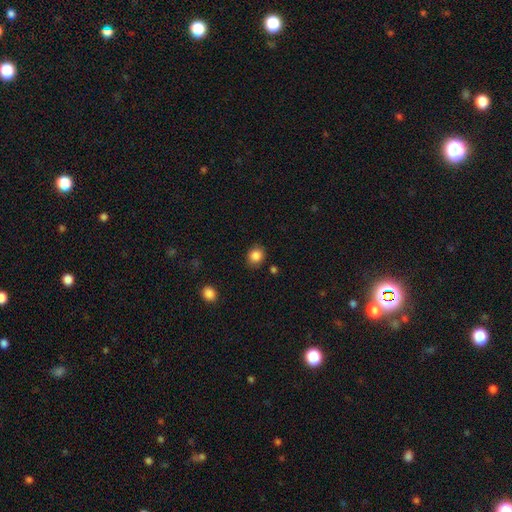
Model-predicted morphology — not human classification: The model was most divided on "how rounded": round: 64%, in between: 35%, cigar-shaped: 1%. More confident: smooth or featured — smooth (86%); merging — none (82%).